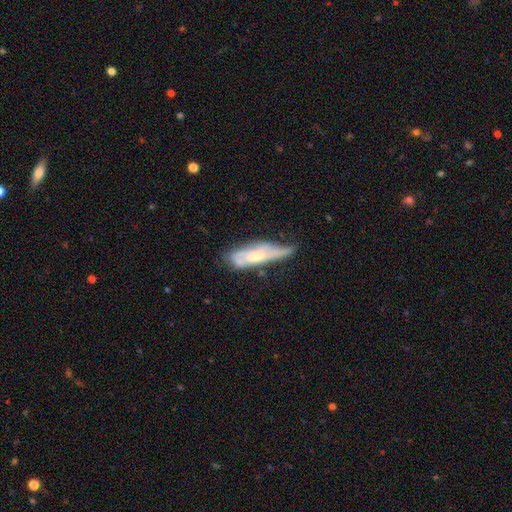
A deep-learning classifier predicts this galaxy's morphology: type=featured or disk (56%); edge-on=no (65%); merging=minor disturbance (40%).